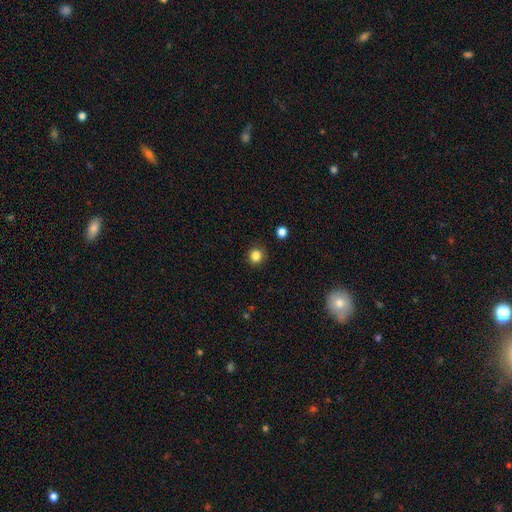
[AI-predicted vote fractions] Q: Smooth or featured?
A: smooth (85%); runner-up: star or artifact (11%)
Q: How rounded?
A: round (90%); runner-up: in between (9%)
Q: Merging?
A: none (90%); runner-up: minor disturbance (7%)